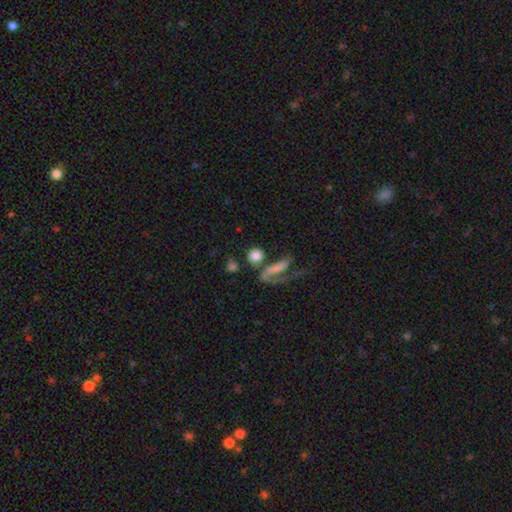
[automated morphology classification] smooth_or_featured: smooth (p=0.76) [alt: featured or disk p=0.15]
how_rounded: round (p=0.81) [alt: in between p=0.15]
merging: none (p=0.52) [alt: merger p=0.23]